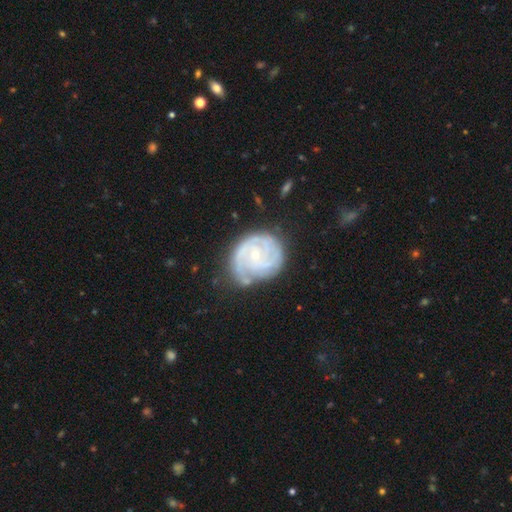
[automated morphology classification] Smooth or featured? Predicted: featured or disk (p=0.82). Edge-on disk? Predicted: no (p=0.98). Bar? Predicted: no (p=0.72). Spiral arms? Predicted: yes (p=0.94). Spiral winding? Predicted: tight (p=0.67). Spiral arm count? Predicted: 3 (p=0.27, tied with 2 and can't tell). Bulge size? Predicted: small (p=0.73). Merging? Predicted: none (p=0.61).